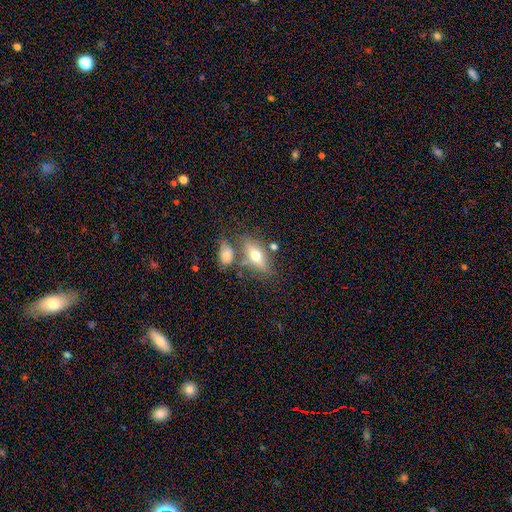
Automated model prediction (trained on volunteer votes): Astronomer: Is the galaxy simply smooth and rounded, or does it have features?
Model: smooth — 54% (runner-up: featured or disk, 37%).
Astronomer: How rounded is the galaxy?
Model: in between — 71%.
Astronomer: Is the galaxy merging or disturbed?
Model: none — 57%.